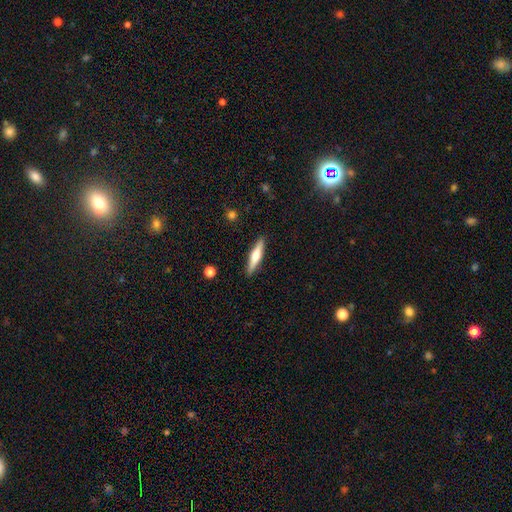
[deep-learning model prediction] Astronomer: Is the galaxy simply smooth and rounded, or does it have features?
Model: featured or disk — 52% (runner-up: smooth, 42%).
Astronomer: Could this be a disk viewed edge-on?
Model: yes — 96%.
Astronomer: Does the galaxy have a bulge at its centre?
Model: rounded — 90%.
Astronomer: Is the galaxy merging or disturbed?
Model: none — 91%.